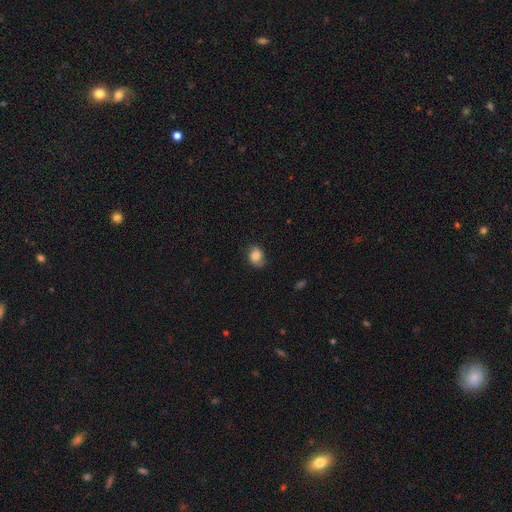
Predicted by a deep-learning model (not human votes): Q: Smooth or featured?
A: smooth (72%); runner-up: featured or disk (19%)
Q: How rounded?
A: in between (58%); runner-up: round (41%)
Q: Merging?
A: none (73%); runner-up: minor disturbance (21%)